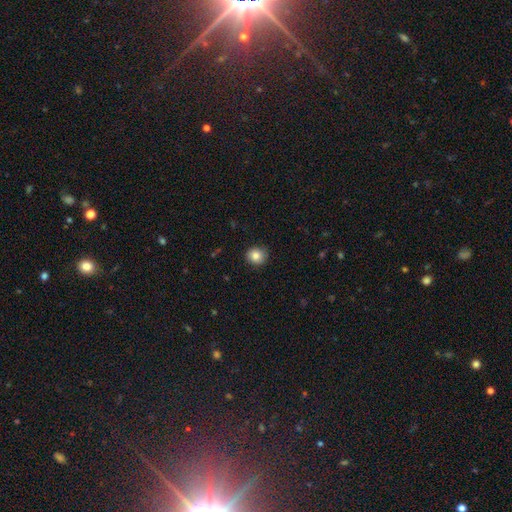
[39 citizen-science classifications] Overall: smooth (85%). How rounded: round (94%). Merging: none (83%).